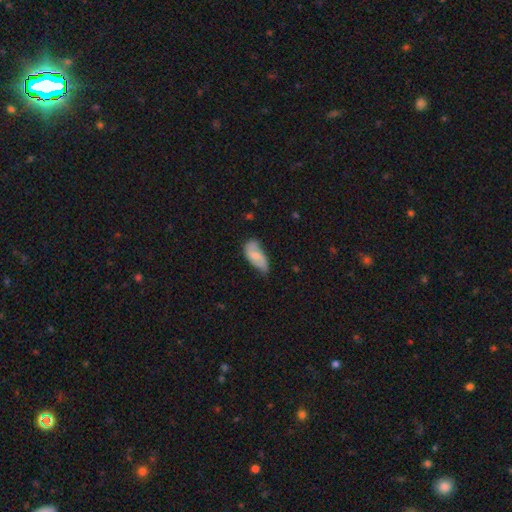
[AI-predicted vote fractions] A smooth galaxy with no disk features (54%) that is in between round and cigar-shaped (90%). Merging: none (46%).